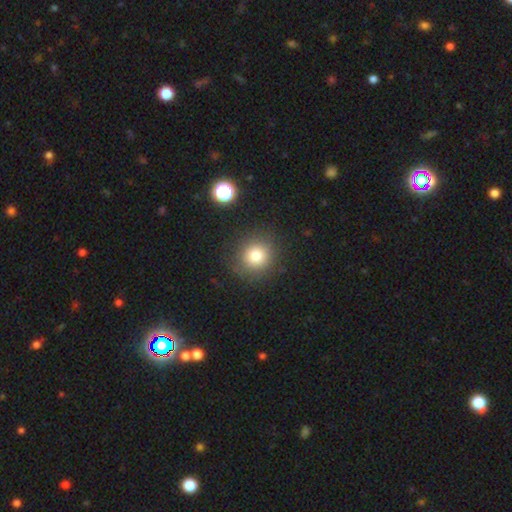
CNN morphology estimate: Smooth or featured?
  - smooth: 80% *
  - star or artifact: 13%
  - featured or disk: 8%
How rounded?
  - round: 89% *
  - in between: 10%
  - cigar-shaped: 1%
Merging?
  - none: 86% *
  - minor disturbance: 8%
  - major disturbance: 3%
  - merger: 2%